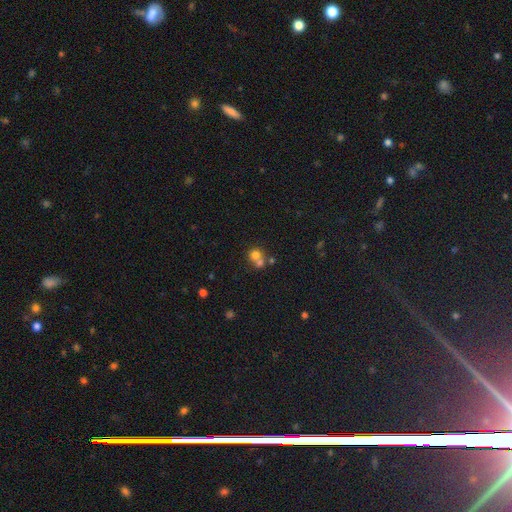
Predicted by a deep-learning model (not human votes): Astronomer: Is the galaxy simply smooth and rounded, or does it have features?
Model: smooth — 72%.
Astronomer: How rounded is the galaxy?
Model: round — 83%.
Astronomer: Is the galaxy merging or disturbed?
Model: merger — 54% (runner-up: none, 37%).